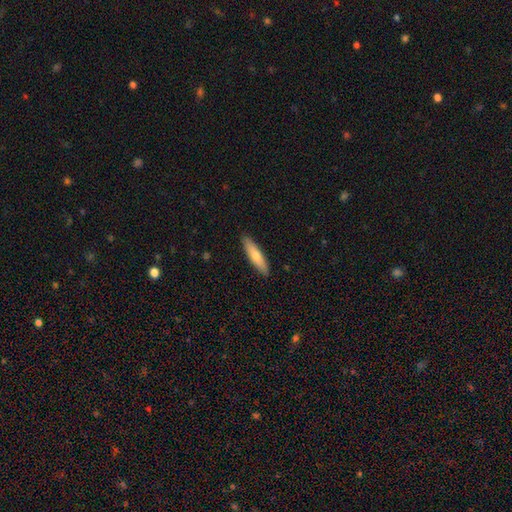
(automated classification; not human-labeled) A smooth galaxy with no disk features (69%) that is cigar-shaped (81%). Merging: none (90%).